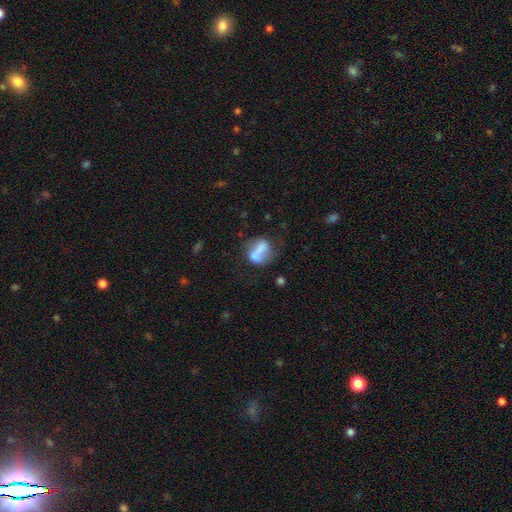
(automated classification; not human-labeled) smooth 62%, featured or disk 29%, star or artifact 9%. Down the decision tree: how rounded — in between (56%); merging — merger (37%).